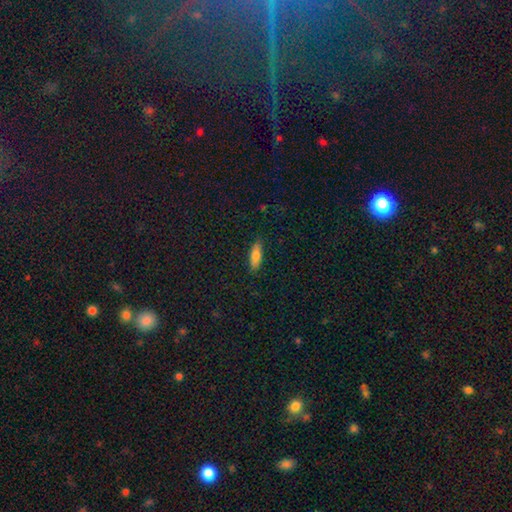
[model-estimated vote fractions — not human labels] Smooth or featured?
  - smooth: 83% *
  - featured or disk: 10%
  - star or artifact: 7%
How rounded?
  - in between: 61% *
  - cigar-shaped: 37%
  - round: 2%
Merging?
  - none: 85% *
  - minor disturbance: 11%
  - major disturbance: 2%
  - merger: 1%